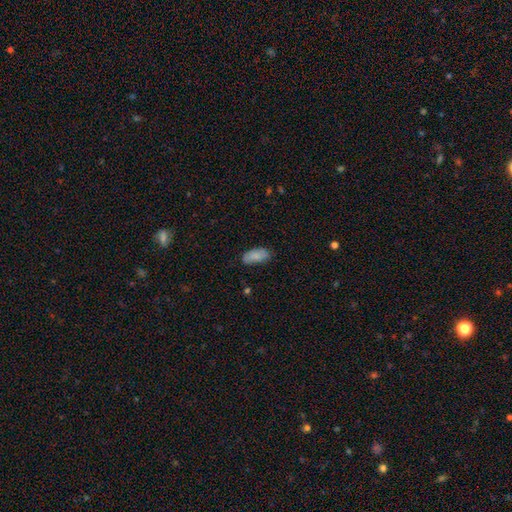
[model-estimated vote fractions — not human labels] A smooth galaxy with no disk features (84%) that is in between round and cigar-shaped (89%).

Vote fractions:
- Smooth or featured? smooth: 84% / featured or disk: 10% / star or artifact: 7%
- How rounded? in between: 89% / cigar-shaped: 8% / round: 2%
- Merging? none: 72% / minor disturbance: 22% / major disturbance: 4% / merger: 2%